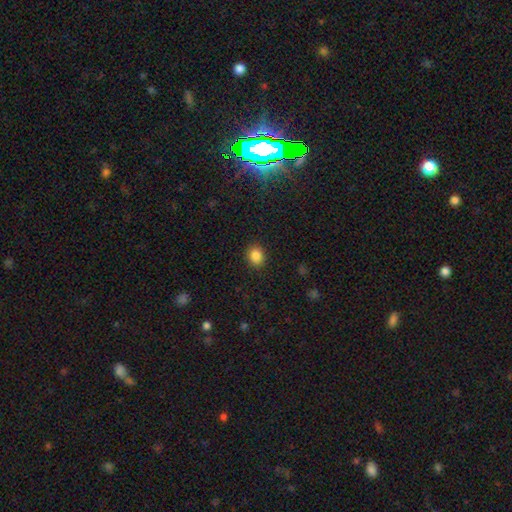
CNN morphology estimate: This is clearly a smooth galaxy (86%). How rounded: possibly round (60%). Merging: clearly none (90%).